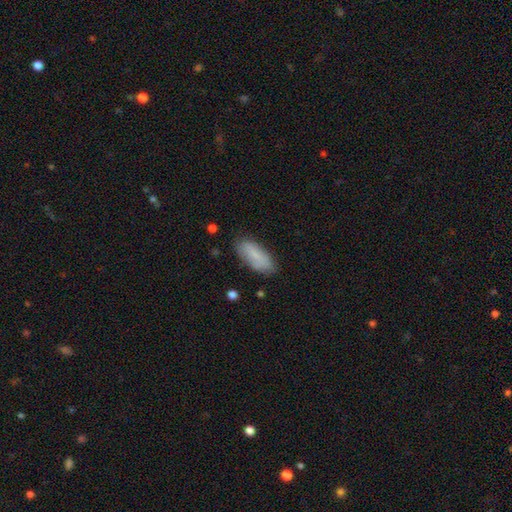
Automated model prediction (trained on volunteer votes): A smooth galaxy with no disk features (80%) that is in between round and cigar-shaped (78%).

Vote fractions:
- Smooth or featured? smooth: 80% / featured or disk: 13% / star or artifact: 7%
- How rounded? in between: 78% / cigar-shaped: 20% / round: 2%
- Merging? none: 78% / minor disturbance: 16% / major disturbance: 4% / merger: 2%